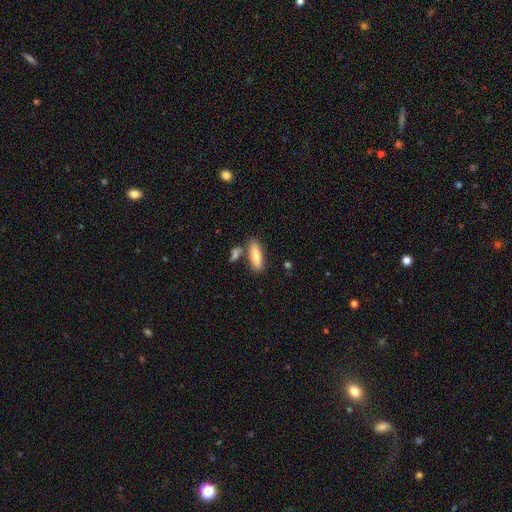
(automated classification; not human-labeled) Smooth or featured: smooth — 80% (featured or disk — 14%)
How rounded: in between — 51% (cigar-shaped — 47%)
Merging: none — 70% (merger — 14%)